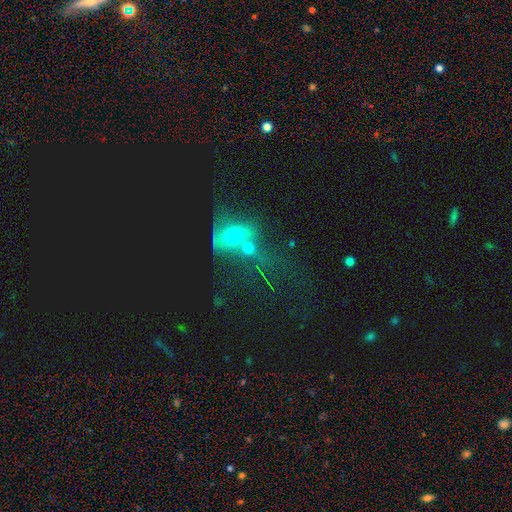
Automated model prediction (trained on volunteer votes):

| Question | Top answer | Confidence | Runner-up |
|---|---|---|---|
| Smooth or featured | smooth | 35% | featured or disk (34%) |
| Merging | merger | 46% | major disturbance (23%) |